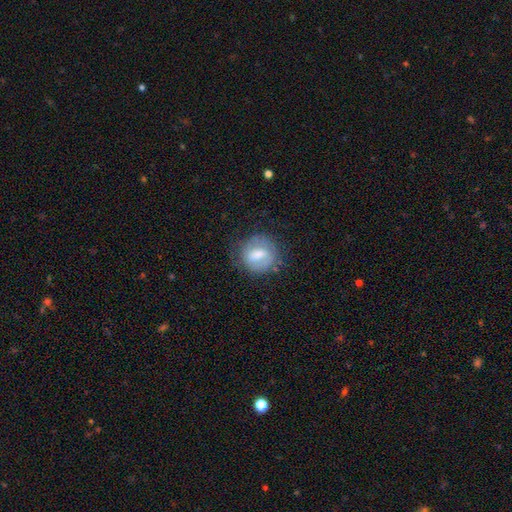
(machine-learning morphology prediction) Q: Smooth or featured?
A: smooth (49%); runner-up: featured or disk (42%)
Q: Merging?
A: none (72%); runner-up: minor disturbance (18%)